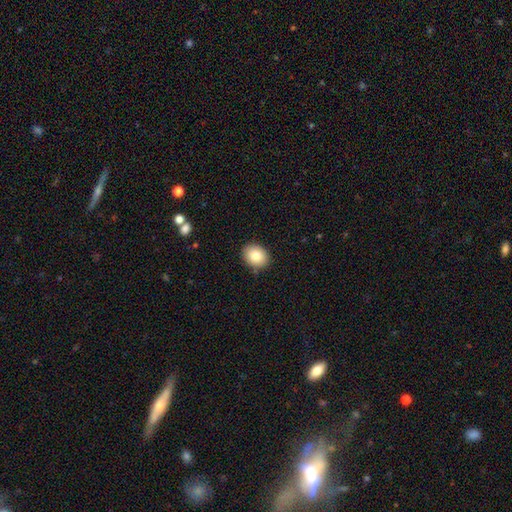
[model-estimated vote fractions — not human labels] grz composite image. It shows a smooth galaxy with no disk features (83%) that is in between round and cigar-shaped (54%). Merging: none (88%).